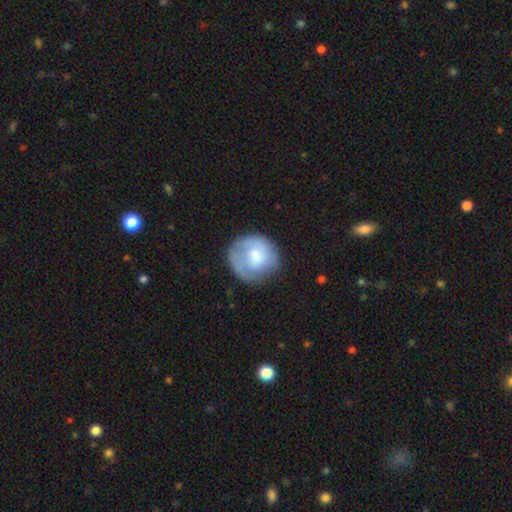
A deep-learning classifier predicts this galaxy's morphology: Smooth or featured: smooth — 56% (featured or disk — 38%)
How rounded: round — 86% (in between — 13%)
Merging: none — 61% (minor disturbance — 22%)